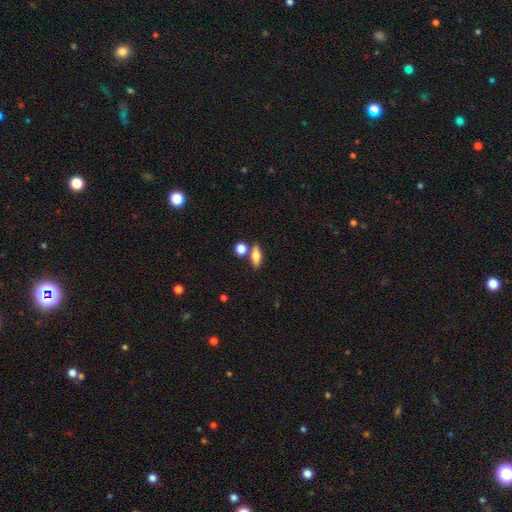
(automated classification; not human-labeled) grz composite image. It shows a smooth galaxy with no disk features (66%) that is in between round and cigar-shaped (62%). Merging: none (69%).